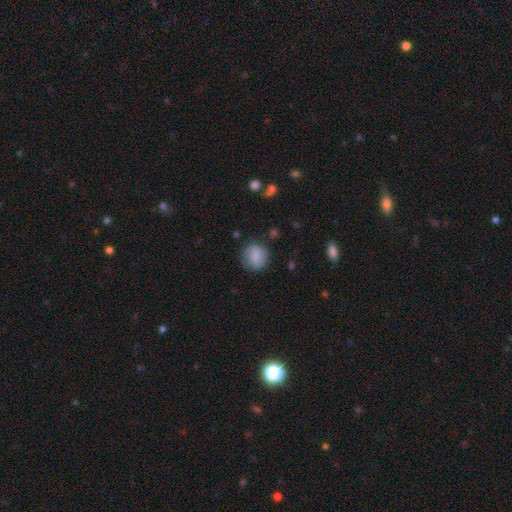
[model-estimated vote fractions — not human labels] This is likely a smooth galaxy (76%). How rounded: likely round (76%). Merging: likely none (74%).